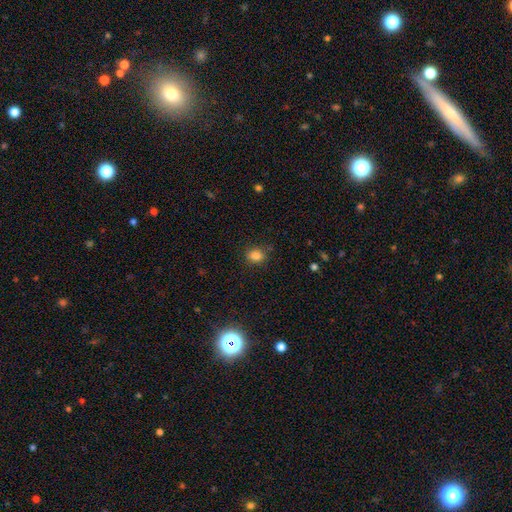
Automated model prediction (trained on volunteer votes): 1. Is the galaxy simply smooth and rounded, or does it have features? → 83% smooth, 13% star or artifact, 4% featured or disk.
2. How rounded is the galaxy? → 61% round, 38% in between, 1% cigar-shaped.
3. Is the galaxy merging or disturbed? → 82% none, 13% minor disturbance, 4% major disturbance, 2% merger.